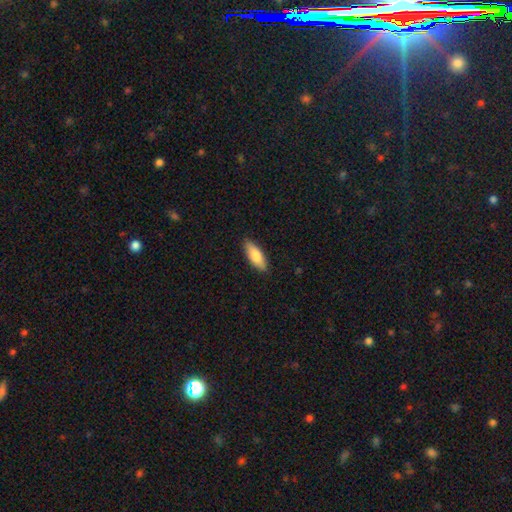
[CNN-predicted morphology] Smooth or featured?
  - smooth: 79% *
  - featured or disk: 16%
  - star or artifact: 5%
How rounded?
  - in between: 69% *
  - cigar-shaped: 29%
  - round: 2%
Merging?
  - none: 89% *
  - minor disturbance: 9%
  - major disturbance: 2%
  - merger: 1%